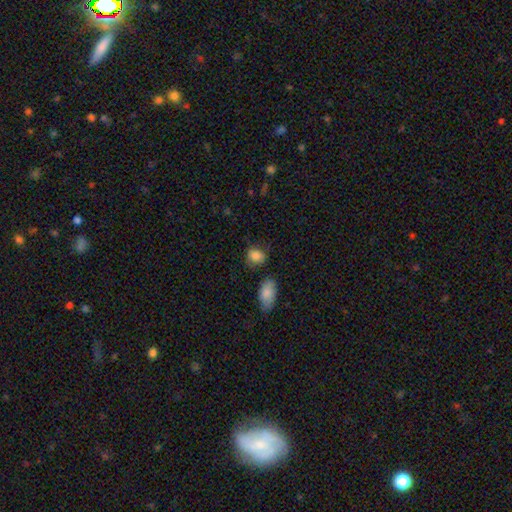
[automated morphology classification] type=smooth (85%); roundness=in between (50%); merging=none (65%).